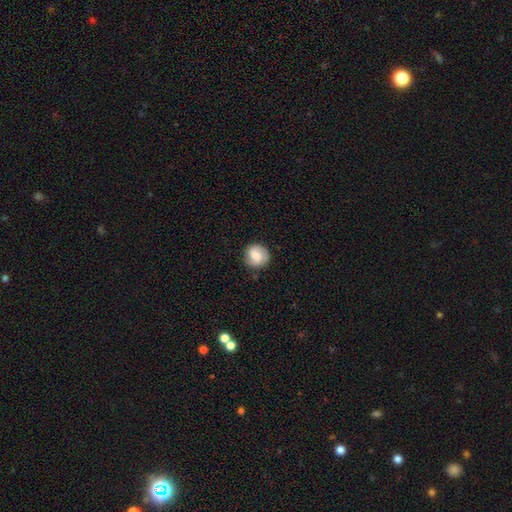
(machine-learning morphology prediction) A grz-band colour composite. It shows a smooth galaxy with no disk features (71%) that is round (89%). Merging: none (81%).